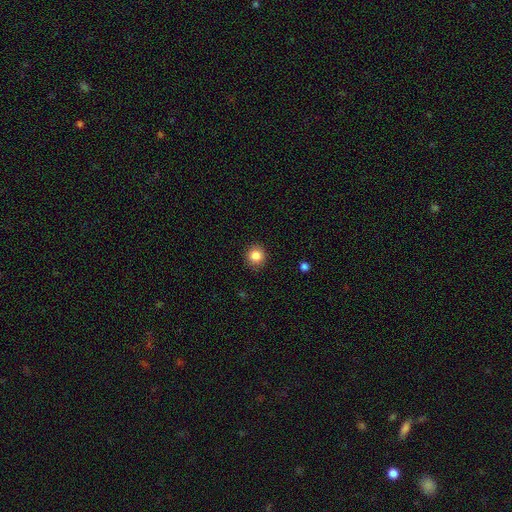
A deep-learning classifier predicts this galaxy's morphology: smooth 86%, star or artifact 10%, featured or disk 4%. Down the decision tree: how rounded — round (91%); merging — none (90%).